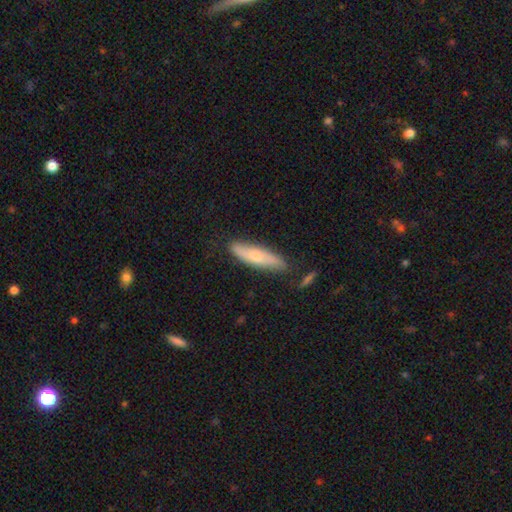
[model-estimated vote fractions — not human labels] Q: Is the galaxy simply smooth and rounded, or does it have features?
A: smooth — 55%.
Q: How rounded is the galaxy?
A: cigar-shaped — 70%.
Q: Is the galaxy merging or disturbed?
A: none — 78%.